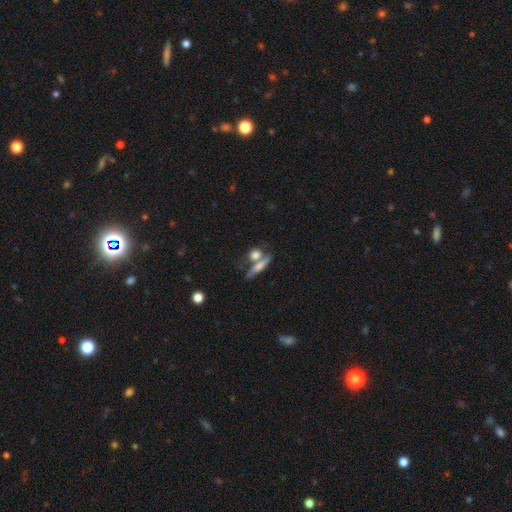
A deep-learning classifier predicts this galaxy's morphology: smooth-or-featured: smooth: 69% | featured or disk: 21% | star or artifact: 10%
  how-rounded: round: 42% | in between: 31% | cigar-shaped: 27%
  merging: none: 50% | merger: 32% | minor disturbance: 12% | major disturbance: 6%